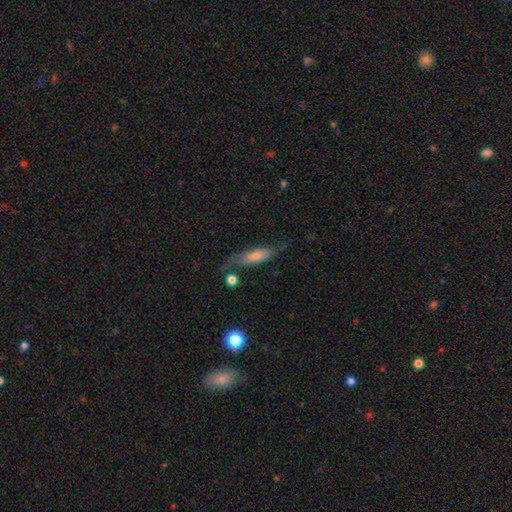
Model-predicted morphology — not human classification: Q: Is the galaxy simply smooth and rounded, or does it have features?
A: smooth — 51%.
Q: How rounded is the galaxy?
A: cigar-shaped — 53%.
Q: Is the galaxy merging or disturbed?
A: none — 59%.